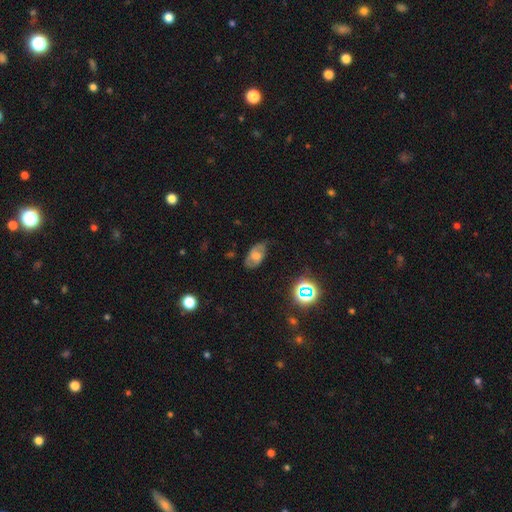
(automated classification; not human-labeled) smooth_or_featured: smooth (p=0.44) [tied with: featured or disk p=0.44]
merging: none (p=0.68) [alt: minor disturbance p=0.24]